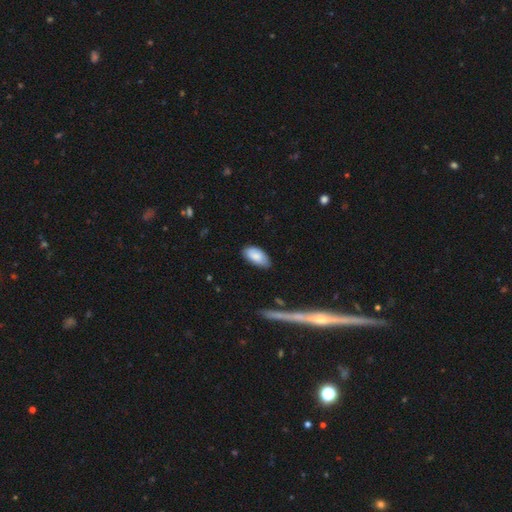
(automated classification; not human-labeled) smooth_or_featured: smooth (p=0.85) [alt: featured or disk p=0.09]
how_rounded: in between (p=0.95) [alt: cigar-shaped p=0.03]
merging: none (p=0.75) [alt: minor disturbance p=0.20]